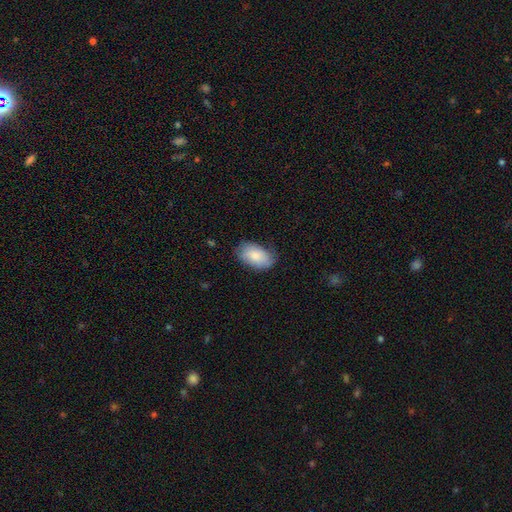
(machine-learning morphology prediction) Q: Smooth or featured?
A: smooth (81%); runner-up: featured or disk (13%)
Q: How rounded?
A: in between (93%); runner-up: round (5%)
Q: Merging?
A: none (69%); runner-up: minor disturbance (24%)